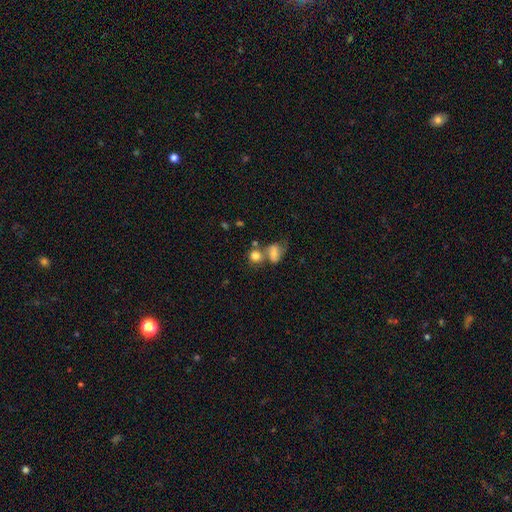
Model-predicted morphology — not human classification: Smooth or featured?
  - smooth: 76% *
  - featured or disk: 13%
  - star or artifact: 11%
How rounded?
  - round: 75% *
  - in between: 24%
  - cigar-shaped: 1%
Merging?
  - merger: 43% *
  - none: 39%
  - minor disturbance: 11%
  - major disturbance: 7%